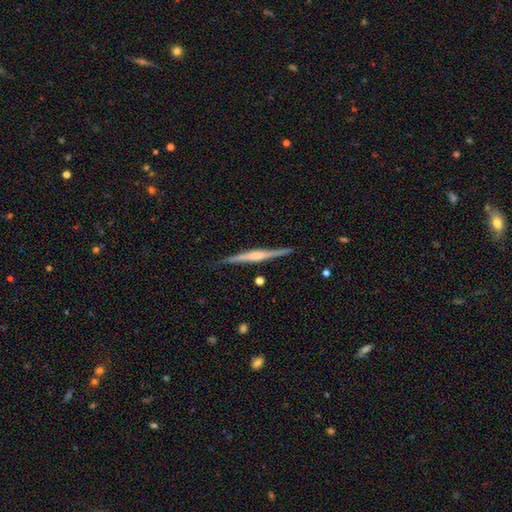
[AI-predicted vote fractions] Smooth or featured: featured or disk — 75% (smooth — 20%)
Edge-on disk: yes — 98% (no — 2%)
Edge-on bulge: rounded — 59% (boxy — 25%)
Merging: none — 87% (minor disturbance — 10%)